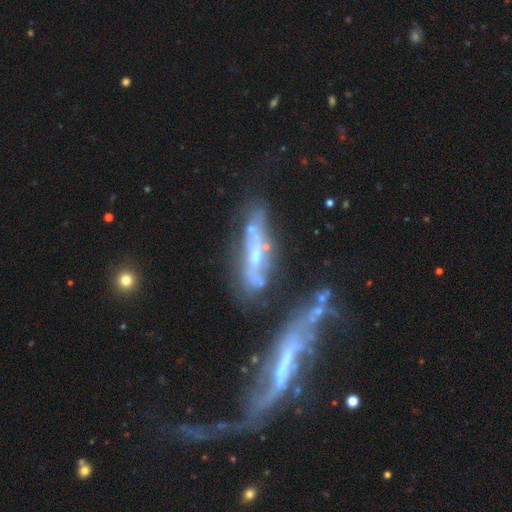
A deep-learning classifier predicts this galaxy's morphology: Smooth or featured? featured or disk (69%)
Edge-on disk? no (56%)
Merging? none (34%)